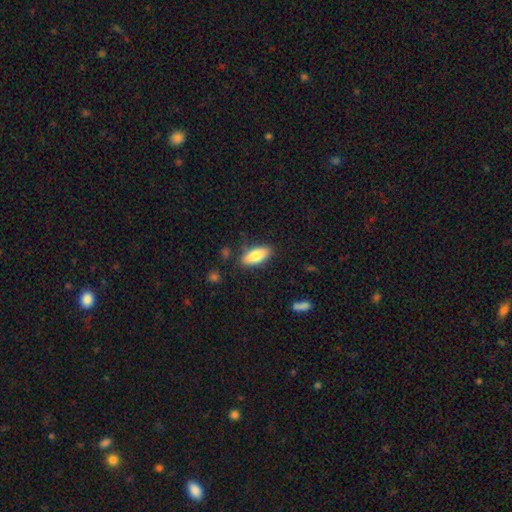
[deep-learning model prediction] A smooth galaxy with no disk features (79%) that is in between round and cigar-shaped (79%).

Vote fractions:
- Smooth or featured? smooth: 79% / featured or disk: 14% / star or artifact: 6%
- How rounded? in between: 79% / cigar-shaped: 19% / round: 2%
- Merging? none: 82% / minor disturbance: 13% / major disturbance: 3% / merger: 2%